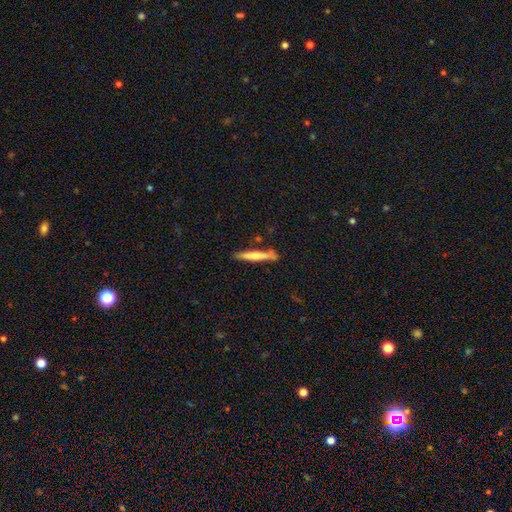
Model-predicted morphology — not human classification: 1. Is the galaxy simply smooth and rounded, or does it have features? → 62% smooth, 32% featured or disk, 6% star or artifact.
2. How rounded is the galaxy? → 94% cigar-shaped, 5% in between, 1% round.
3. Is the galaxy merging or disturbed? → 78% none, 15% minor disturbance, 5% merger, 3% major disturbance.